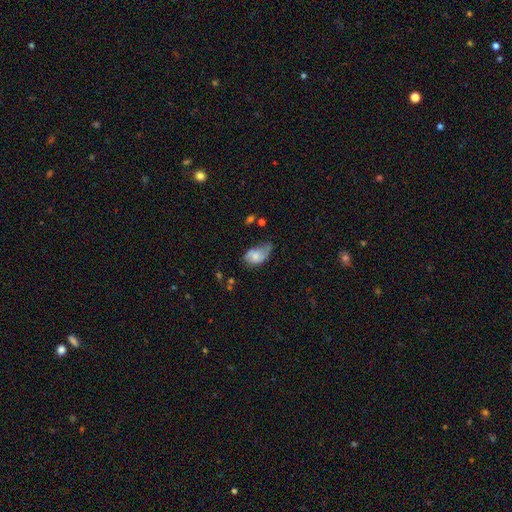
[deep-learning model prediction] Smooth or featured?
  - smooth: 64% *
  - featured or disk: 28%
  - star or artifact: 8%
How rounded?
  - in between: 88% *
  - round: 10%
  - cigar-shaped: 2%
Merging?
  - minor disturbance: 41% *
  - none: 28%
  - major disturbance: 26%
  - merger: 5%